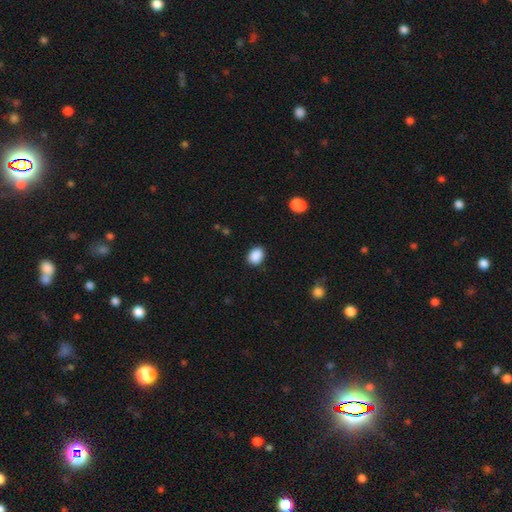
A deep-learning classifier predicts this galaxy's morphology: A smooth galaxy with no disk features (89%) that is in between round and cigar-shaped (63%).

Vote fractions:
- Smooth or featured? smooth: 89% / star or artifact: 8% / featured or disk: 3%
- How rounded? in between: 63% / round: 36% / cigar-shaped: 1%
- Merging? none: 86% / minor disturbance: 10% / major disturbance: 3% / merger: 1%